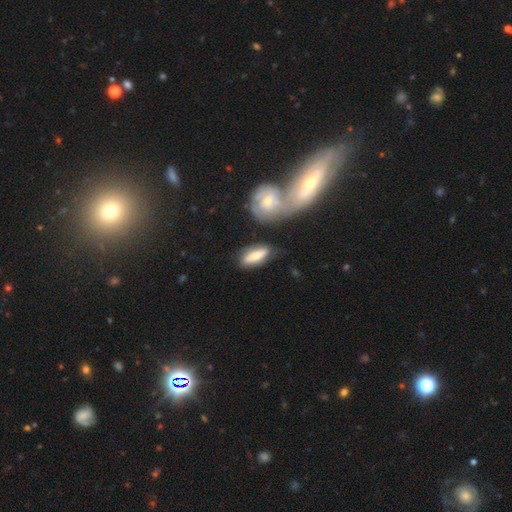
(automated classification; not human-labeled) smooth 65%, featured or disk 29%, star or artifact 6%. Down the decision tree: how rounded — in between (65%); merging — none (68%).